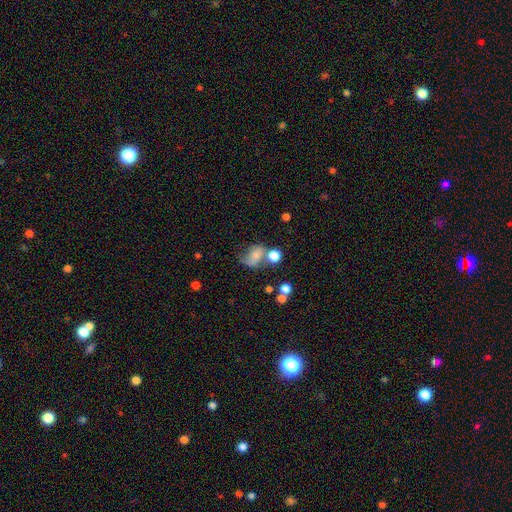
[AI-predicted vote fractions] Smooth or featured: smooth — 55% (featured or disk — 31%)
How rounded: in between — 57% (round — 41%)
Merging: none — 31% (merger — 25%)